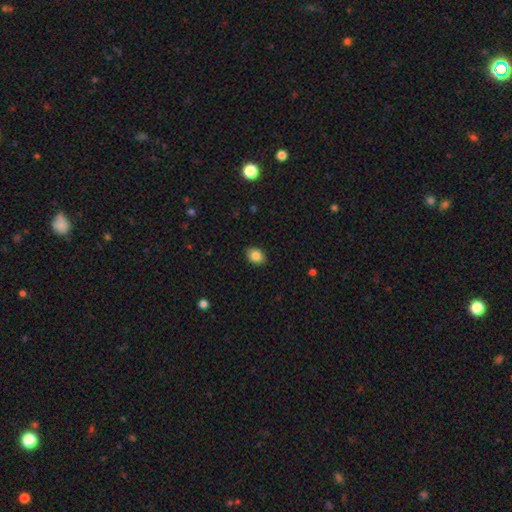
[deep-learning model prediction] Q: Smooth or featured?
A: smooth (85%); runner-up: star or artifact (8%)
Q: How rounded?
A: in between (67%); runner-up: round (32%)
Q: Merging?
A: none (89%); runner-up: minor disturbance (8%)